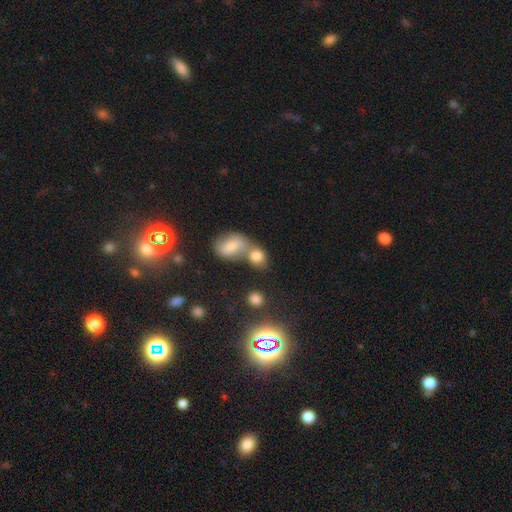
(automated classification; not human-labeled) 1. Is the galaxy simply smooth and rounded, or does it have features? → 72% smooth, 15% star or artifact, 13% featured or disk.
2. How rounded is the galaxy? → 55% round, 43% in between, 2% cigar-shaped.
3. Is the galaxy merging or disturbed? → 53% merger, 33% none, 9% minor disturbance, 5% major disturbance.